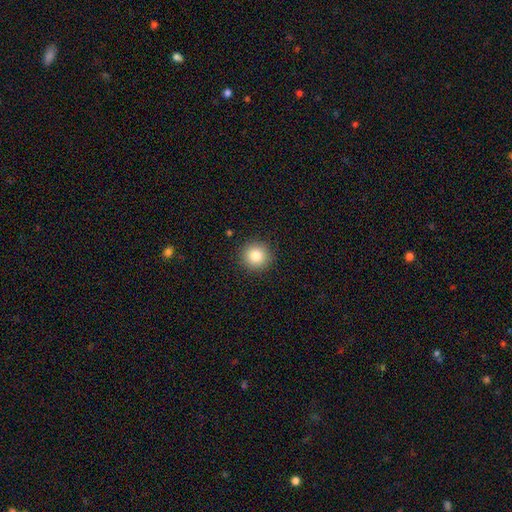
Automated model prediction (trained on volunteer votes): Smooth or featured? Predicted: smooth (p=0.83). How rounded? Predicted: round (p=0.94). Merging? Predicted: none (p=0.91).